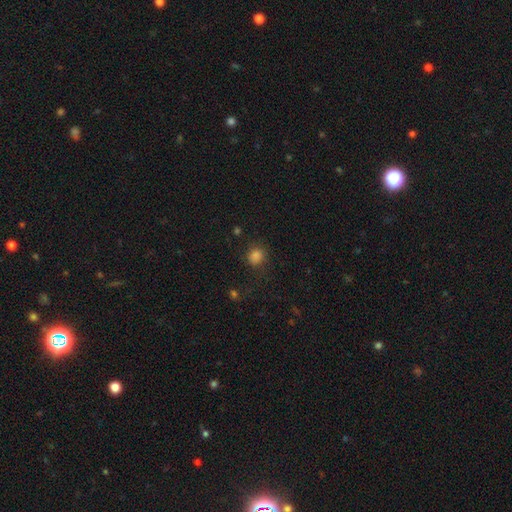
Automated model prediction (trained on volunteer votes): A smooth galaxy with no disk features (81%) that is round (72%). Merging: none (79%).